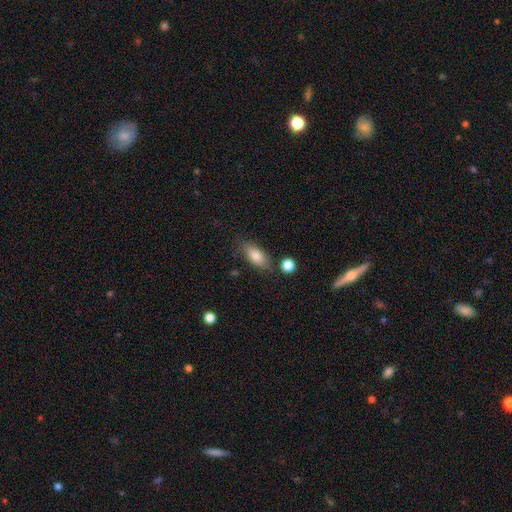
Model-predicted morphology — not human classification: Q: Smooth or featured?
A: smooth (81%); runner-up: featured or disk (12%)
Q: How rounded?
A: in between (84%); runner-up: cigar-shaped (13%)
Q: Merging?
A: none (76%); runner-up: minor disturbance (15%)